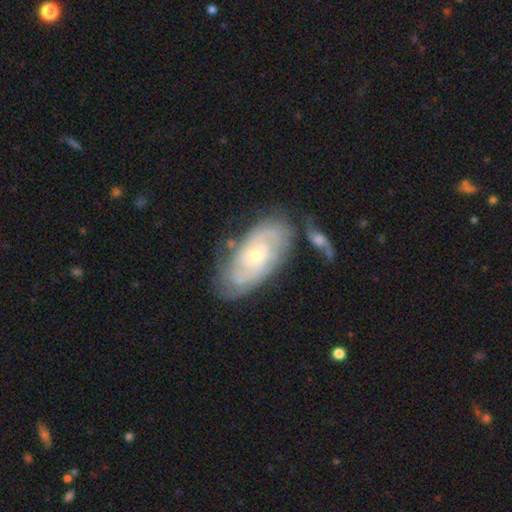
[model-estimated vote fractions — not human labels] This appears to be a featured or disk galaxy (82%) with no bar (77%), tight (72%) spiral arms (93%) and a small central bulge (66%). Merging: none (66%).